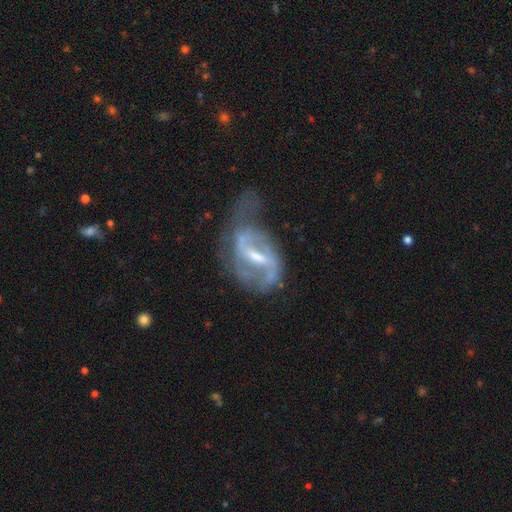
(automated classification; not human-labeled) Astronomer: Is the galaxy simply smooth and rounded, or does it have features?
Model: featured or disk — 83%.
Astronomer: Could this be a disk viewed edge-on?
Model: no — 96%.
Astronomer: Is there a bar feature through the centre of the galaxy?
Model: strong — 46% (runner-up: weak, 44%).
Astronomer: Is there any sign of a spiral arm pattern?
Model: yes — 84%.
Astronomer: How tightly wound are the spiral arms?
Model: medium — 43% (runner-up: loose, 39%).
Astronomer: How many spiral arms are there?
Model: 2 — 71%.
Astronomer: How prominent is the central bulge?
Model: moderate — 47% (runner-up: small, 40%).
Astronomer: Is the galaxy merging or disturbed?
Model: major disturbance — 38% (runner-up: none, 31%).